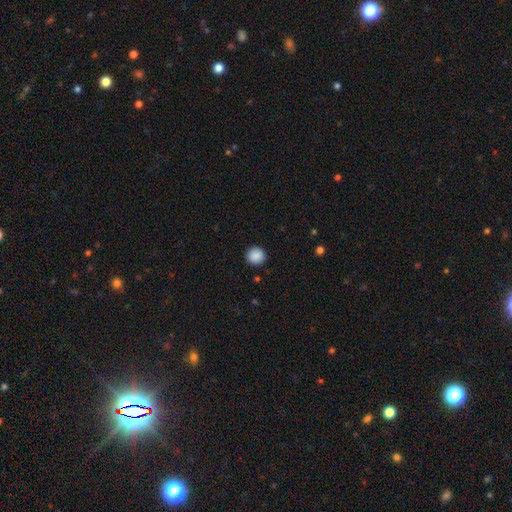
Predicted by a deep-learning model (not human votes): Smooth or featured?
  - smooth: 89% *
  - star or artifact: 8%
  - featured or disk: 3%
How rounded?
  - round: 92% *
  - in between: 7%
  - cigar-shaped: 1%
Merging?
  - none: 92% *
  - minor disturbance: 5%
  - major disturbance: 2%
  - merger: 1%